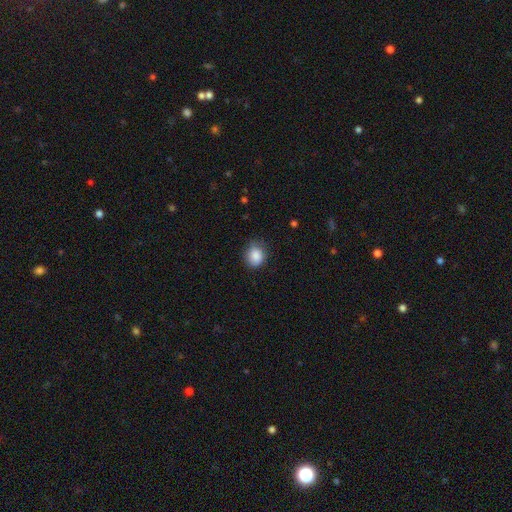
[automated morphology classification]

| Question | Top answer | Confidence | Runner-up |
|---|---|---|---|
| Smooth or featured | smooth | 87% | star or artifact (8%) |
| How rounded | round | 63% | in between (36%) |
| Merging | none | 72% | minor disturbance (22%) |